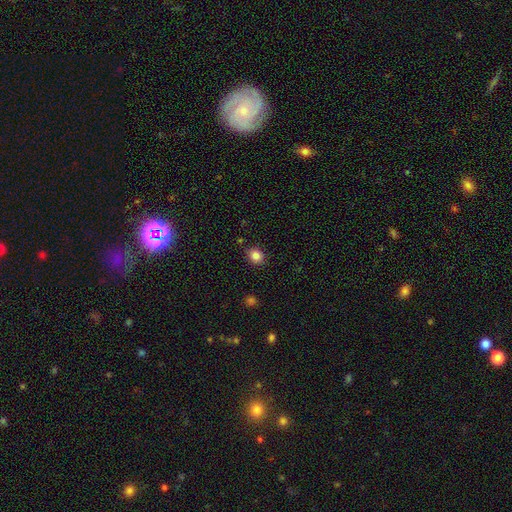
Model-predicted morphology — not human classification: Smooth or featured? Predicted: smooth (p=0.84). How rounded? Predicted: round (p=0.72). Merging? Predicted: none (p=0.87).